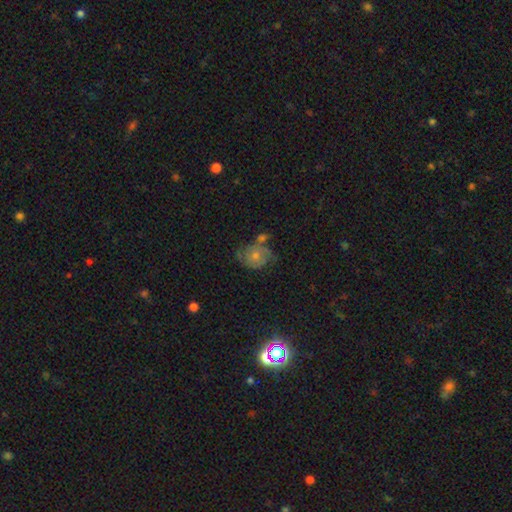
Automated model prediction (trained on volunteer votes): A featured or disk galaxy (56%) with no bar (81%), spiral arms (80%) and a small central bulge (50%). Merging: none (43%).